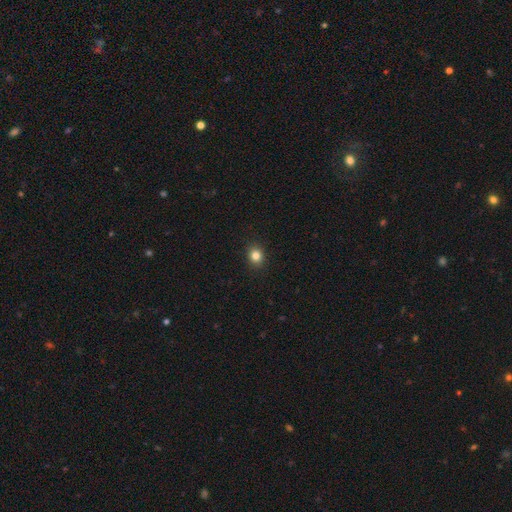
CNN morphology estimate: A smooth galaxy with no disk features (83%) that is round (73%). Merging: none (91%).